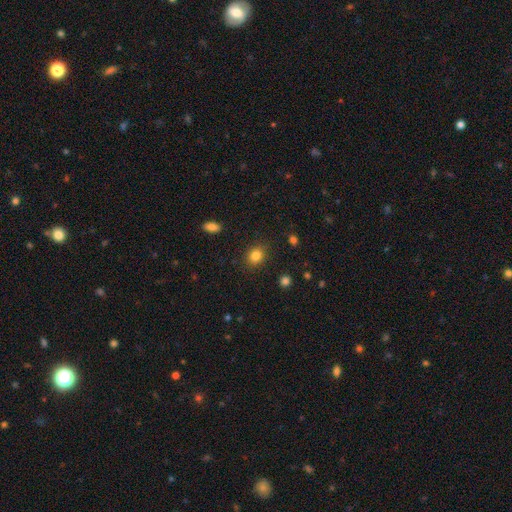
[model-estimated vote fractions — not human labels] This appears to be a smooth galaxy with no disk features (84%) that is round (64%). Merging: none (87%).